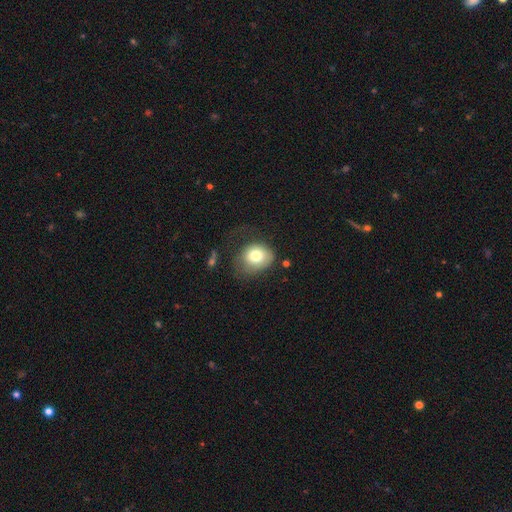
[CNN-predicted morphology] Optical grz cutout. It shows a smooth galaxy with no disk features (75%) that is round (57%). Merging: none (42%).